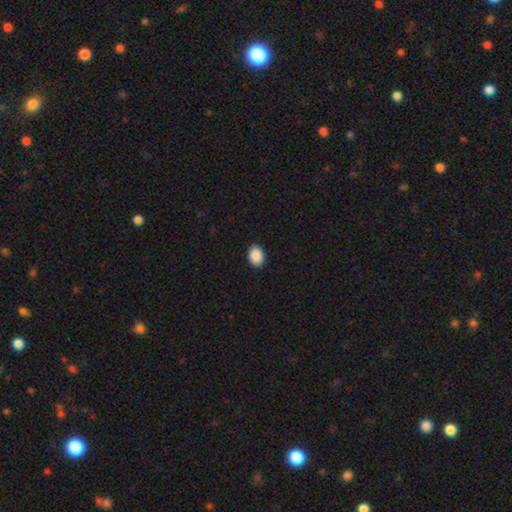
Morphology: type=smooth (90%); roundness=in between (83%); merging=none (94%).